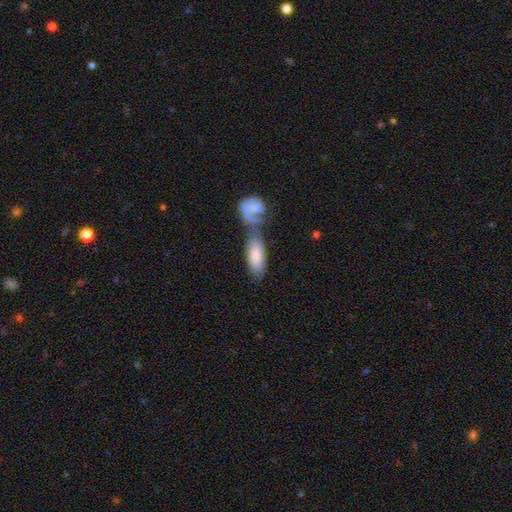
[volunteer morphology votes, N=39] Overall: smooth (85%). How rounded: in between (85%). Merging: merger (49%; none 38%).